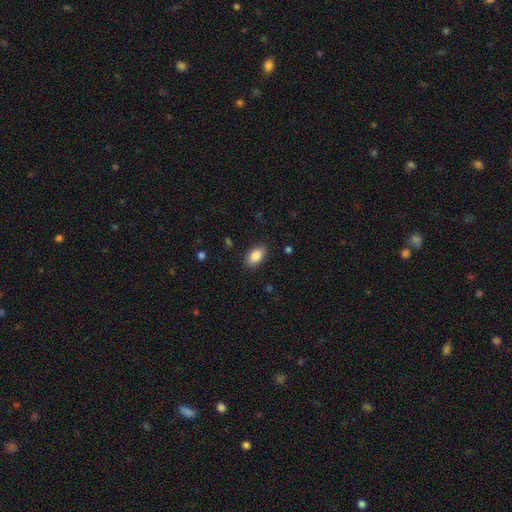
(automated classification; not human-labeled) A smooth galaxy with no disk features (86%) that is in between round and cigar-shaped (92%). Merging: none (88%).